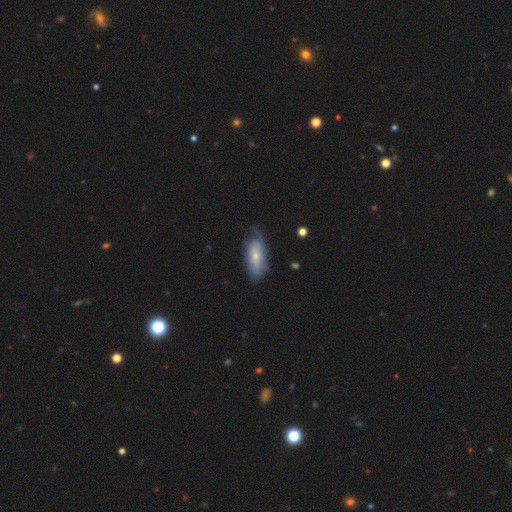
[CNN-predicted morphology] Smooth or featured: smooth — 48% (featured or disk — 45%)
Merging: none — 53% (minor disturbance — 32%)